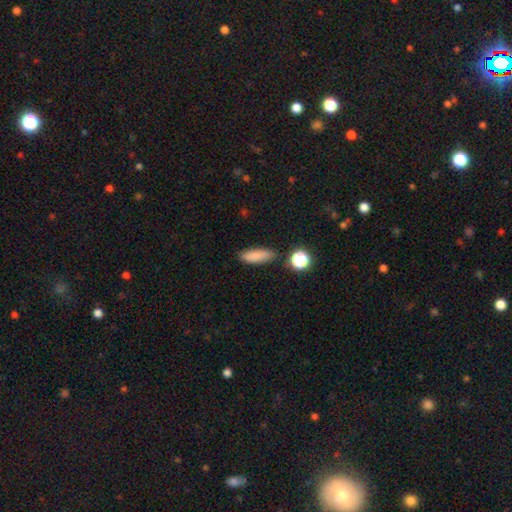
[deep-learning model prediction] smooth 83%, star or artifact 10%, featured or disk 7%. Down the decision tree: how rounded — in between (56%); merging — none (80%).